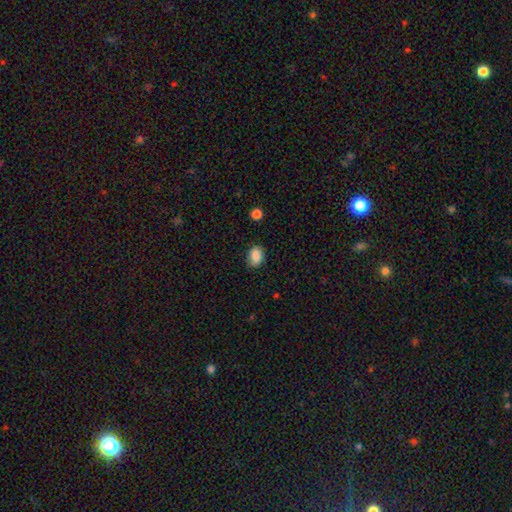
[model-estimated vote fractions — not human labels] Overall: smooth (86%). How rounded: in between (71%). Merging: none (82%).